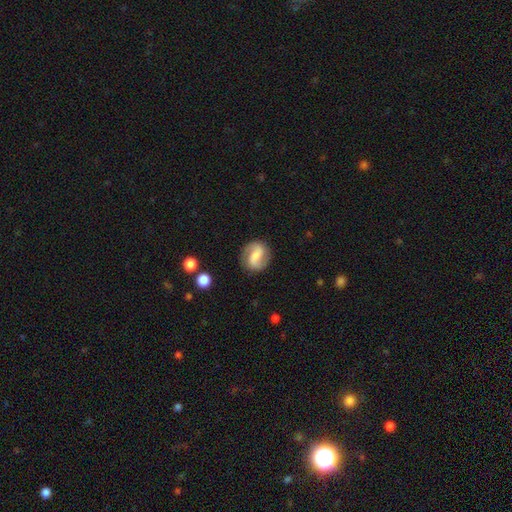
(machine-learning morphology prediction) smooth_or_featured: featured or disk (p=0.72) [alt: smooth p=0.21]
disk_edge_on: no (p=0.97) [alt: yes p=0.03]
bar: weak (p=0.41) [alt: strong p=0.38]
has_spiral_arms: yes (p=0.93) [alt: no p=0.07]
spiral_winding: medium (p=0.45) [alt: loose p=0.33]
spiral_arm_count: 2 (p=0.90) [alt: can't tell p=0.04]
bulge_size: small (p=0.34) [alt: moderate p=0.33]
merging: none (p=0.83) [alt: minor disturbance p=0.11]